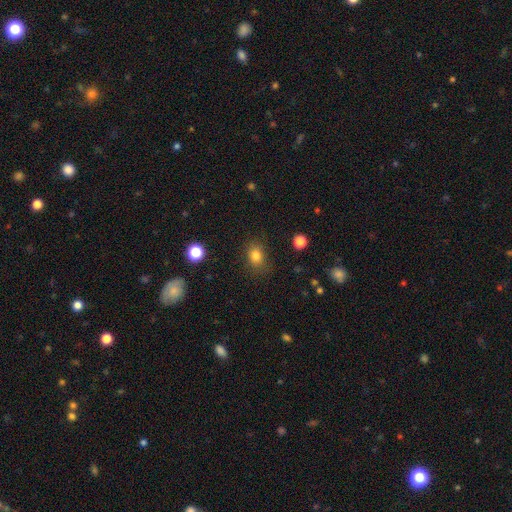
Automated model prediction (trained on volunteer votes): This is clearly a smooth galaxy (81%). How rounded: possibly in between (54%). Merging: clearly none (80%).